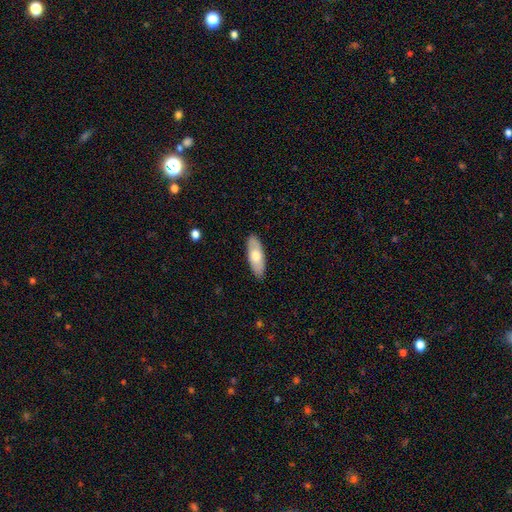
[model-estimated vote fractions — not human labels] This is likely a smooth galaxy (64%). How rounded: likely in between (76%). Merging: clearly none (87%).